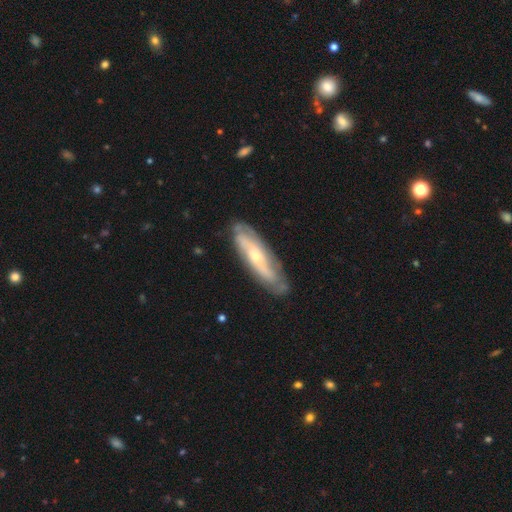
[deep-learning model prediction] smooth-or-featured: featured or disk: 69% | smooth: 26% | star or artifact: 6%
  disk-edge-on: no: 69% | yes: 31%
  merging: none: 76% | minor disturbance: 18% | major disturbance: 4% | merger: 2%